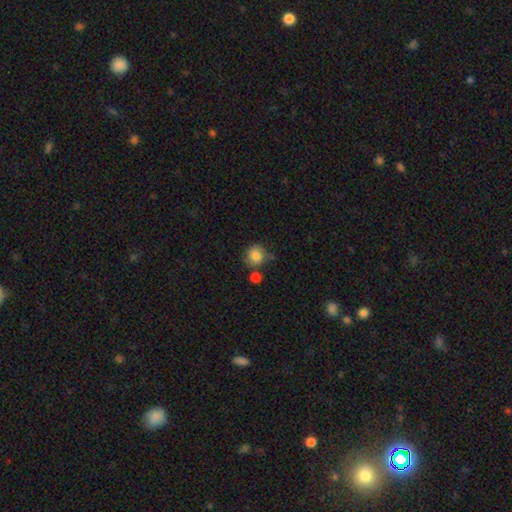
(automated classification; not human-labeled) Morphology: type=smooth (84%); roundness=round (87%); merging=none (65%).